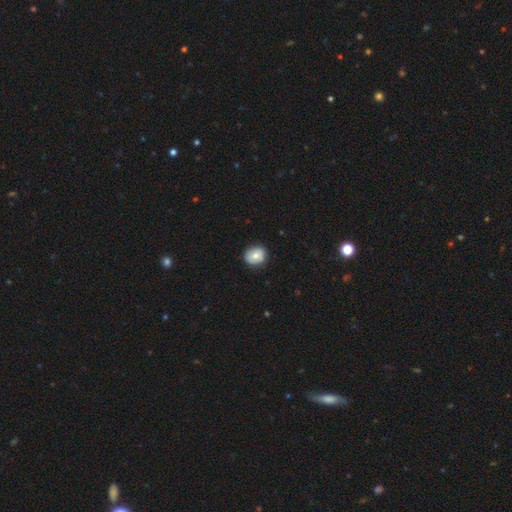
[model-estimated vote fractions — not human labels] smooth_or_featured: smooth (p=0.70) [alt: featured or disk p=0.22]
how_rounded: round (p=0.71) [alt: in between p=0.28]
merging: none (p=0.84) [alt: minor disturbance p=0.13]